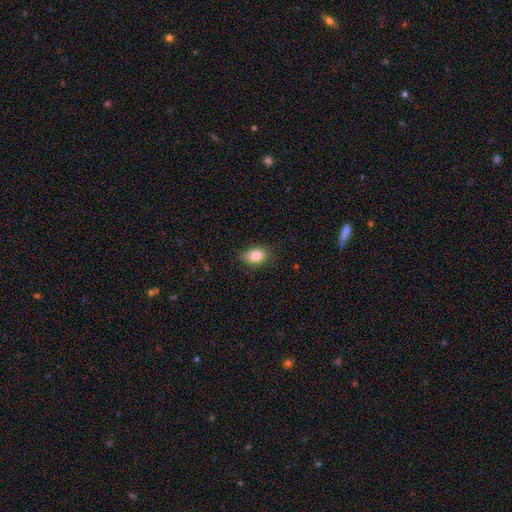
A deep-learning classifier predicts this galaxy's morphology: Smooth or featured?
  - smooth: 84% *
  - star or artifact: 8%
  - featured or disk: 8%
How rounded?
  - in between: 78% *
  - round: 20%
  - cigar-shaped: 1%
Merging?
  - none: 76% *
  - minor disturbance: 19%
  - major disturbance: 4%
  - merger: 1%